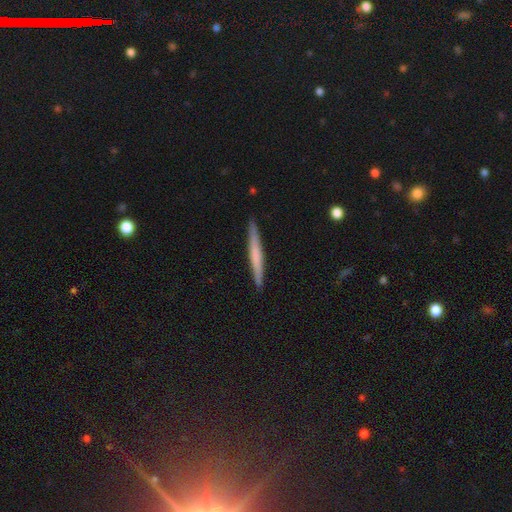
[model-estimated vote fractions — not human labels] Smooth or featured? Predicted: smooth (p=0.54). How rounded? Predicted: cigar-shaped (p=0.97). Merging? Predicted: none (p=0.92).